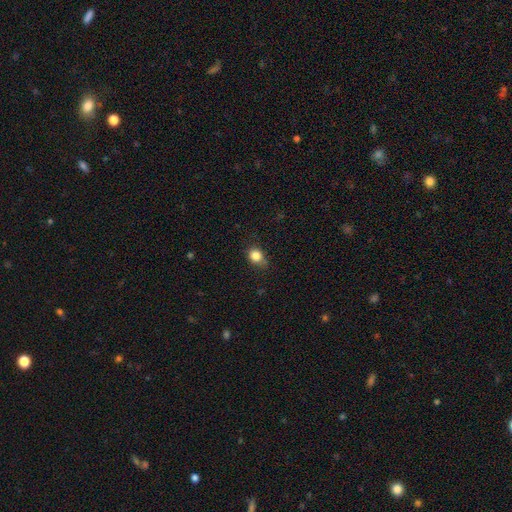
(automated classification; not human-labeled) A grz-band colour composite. It shows a smooth galaxy with no disk features (84%) that is round (62%). Merging: none (73%).